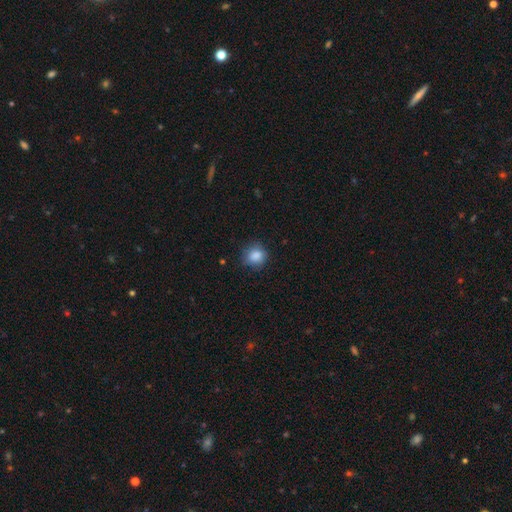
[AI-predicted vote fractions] Q: Smooth or featured?
A: smooth (86%); runner-up: star or artifact (9%)
Q: How rounded?
A: round (78%); runner-up: in between (21%)
Q: Merging?
A: none (76%); runner-up: minor disturbance (19%)